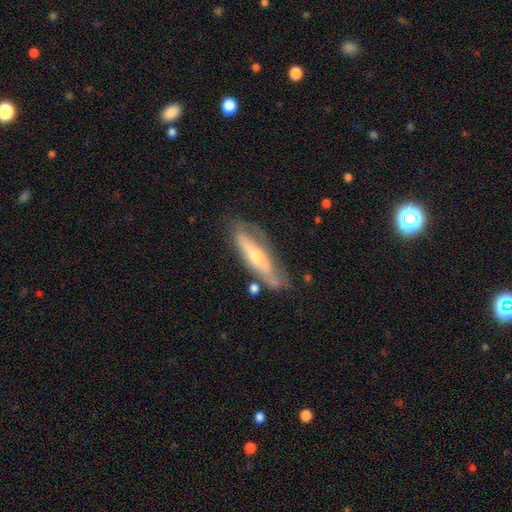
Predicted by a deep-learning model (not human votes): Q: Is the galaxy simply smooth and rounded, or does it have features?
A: featured or disk — 57%.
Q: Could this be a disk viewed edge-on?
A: yes — 51%.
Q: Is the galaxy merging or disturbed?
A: none — 59%.